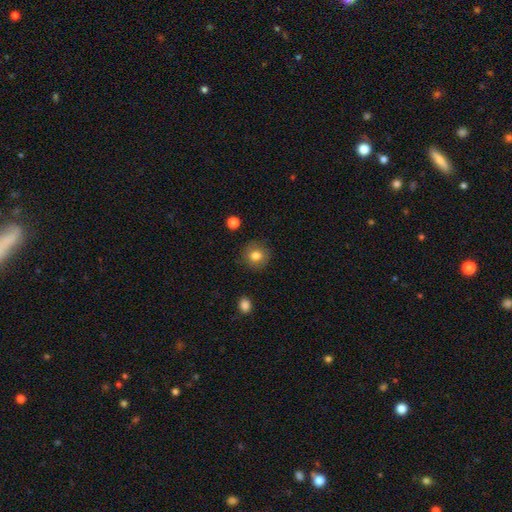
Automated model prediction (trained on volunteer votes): A smooth galaxy with no disk features (81%) that is round (91%). Merging: none (89%).